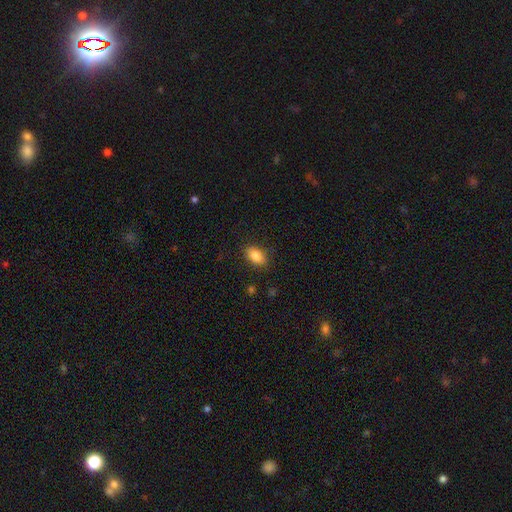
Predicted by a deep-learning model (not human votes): Morphology: type=smooth (85%); roundness=in between (88%); merging=none (86%).